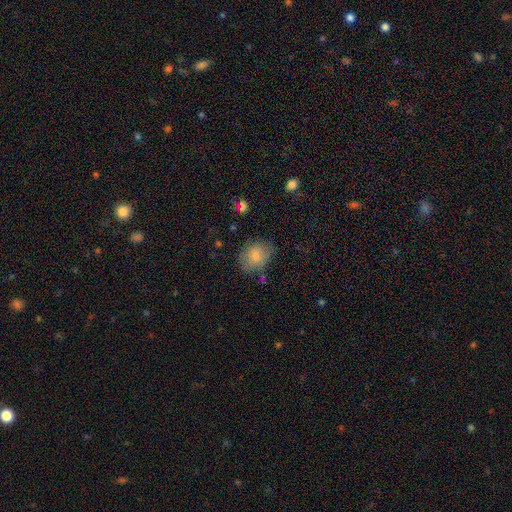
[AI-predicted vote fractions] This appears to be a smooth galaxy with no disk features (79%) that is round (50%). Merging: none (71%).